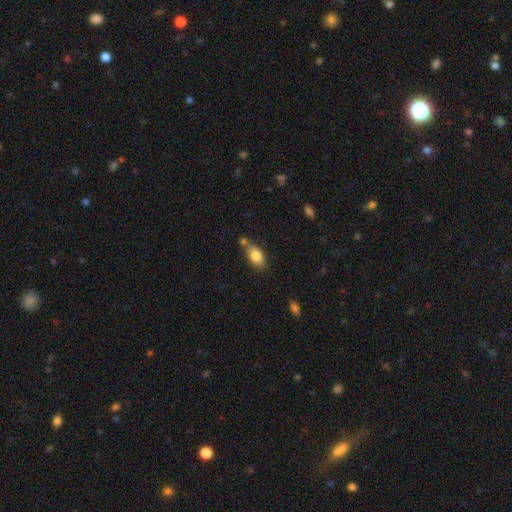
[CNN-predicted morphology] type=smooth (82%); roundness=in between (89%); merging=none (58%).